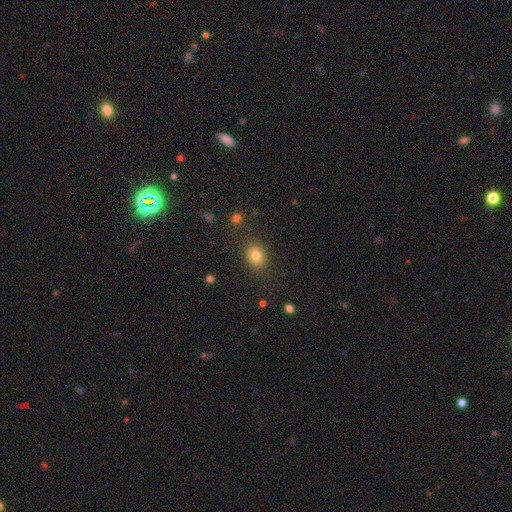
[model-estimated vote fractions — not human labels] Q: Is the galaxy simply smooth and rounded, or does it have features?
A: smooth — 79%.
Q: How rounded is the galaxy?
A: in between — 60%.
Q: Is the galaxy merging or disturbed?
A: none — 83%.